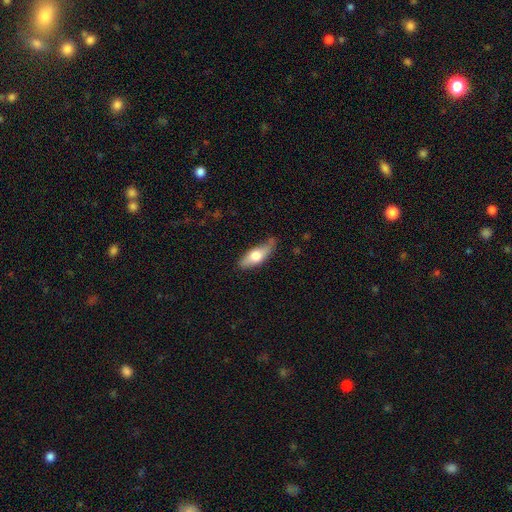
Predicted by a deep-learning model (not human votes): Morphology: type=smooth (63%); roundness=in between (64%); merging=none (61%).